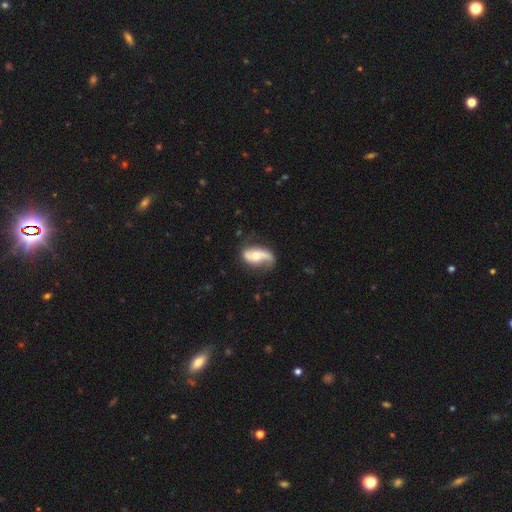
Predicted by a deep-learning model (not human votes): The model was most divided on "bar": no: 53%, weak: 28%, strong: 19%. More confident: edge-on disk — no (94%); spiral arms — yes (92%); spiral arm count — 2 (83%); smooth or featured — featured or disk (79%); spiral winding — loose (71%); bulge size — moderate (67%); merging — none (67%).